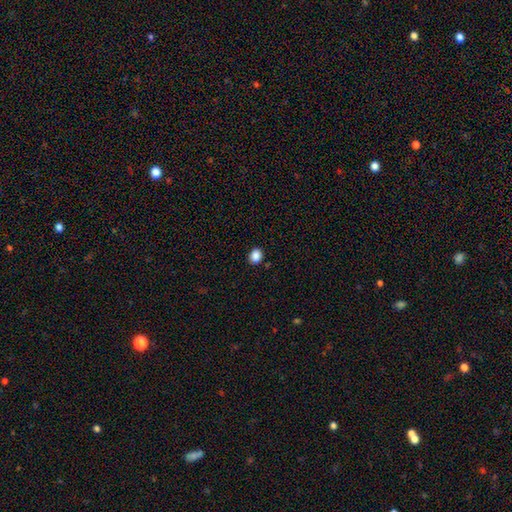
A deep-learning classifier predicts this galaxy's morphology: This appears to be a smooth galaxy with no disk features (87%) that is round (58%). Merging: none (89%).